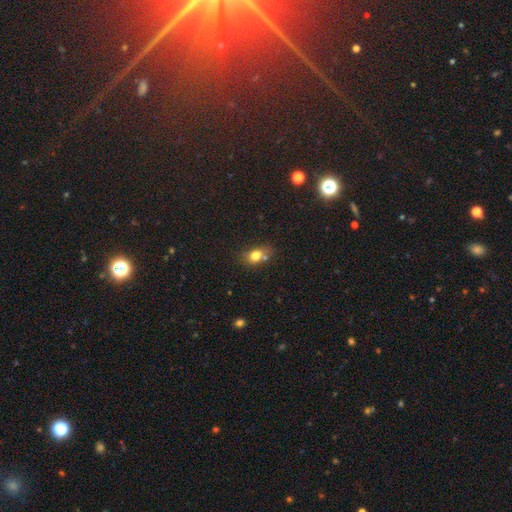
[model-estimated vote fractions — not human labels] Morphology: type=smooth (75%); roundness=in between (58%); merging=none (51%).